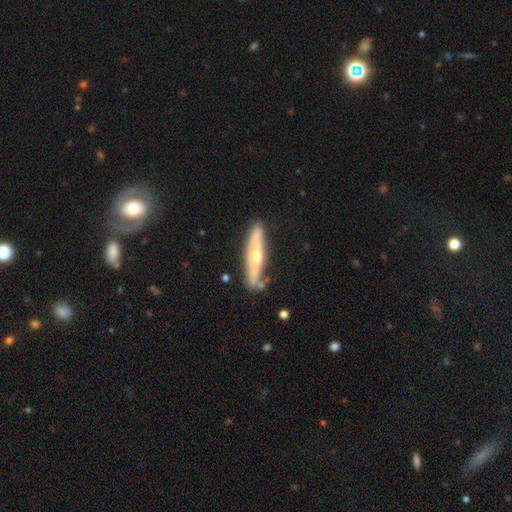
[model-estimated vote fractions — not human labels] A featured or disk galaxy (62%) viewed edge-on (81%) with a rounded central bulge (89%). Merging: none (74%).